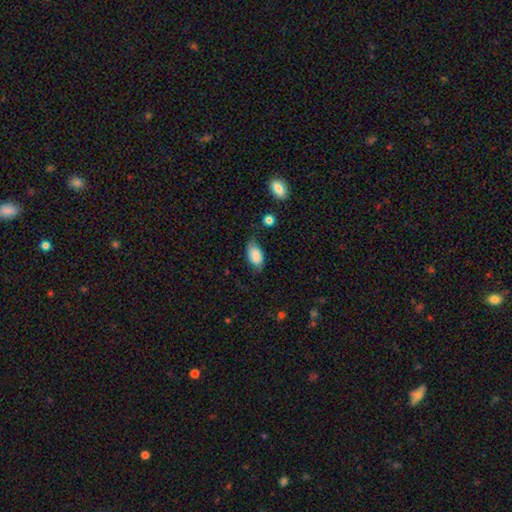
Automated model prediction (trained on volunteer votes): Smooth or featured: smooth — 82% (featured or disk — 11%)
How rounded: in between — 92% (round — 5%)
Merging: none — 57% (minor disturbance — 32%)